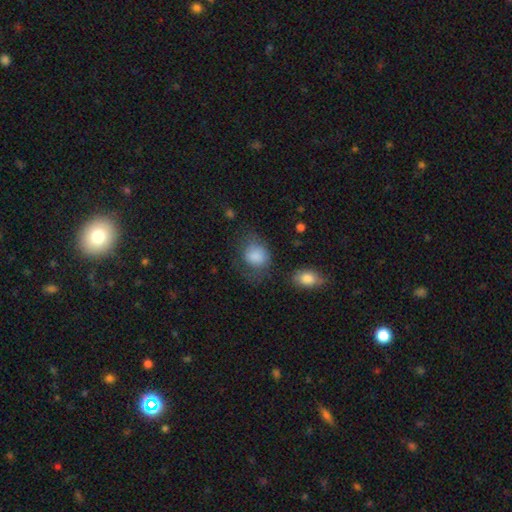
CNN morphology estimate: Smooth or featured?
  - smooth: 84% *
  - featured or disk: 9%
  - star or artifact: 8%
How rounded?
  - round: 57% *
  - in between: 42%
  - cigar-shaped: 1%
Merging?
  - none: 45% *
  - minor disturbance: 28%
  - major disturbance: 22%
  - merger: 5%